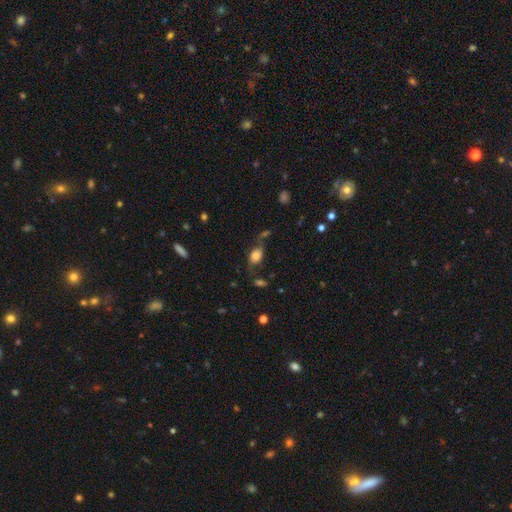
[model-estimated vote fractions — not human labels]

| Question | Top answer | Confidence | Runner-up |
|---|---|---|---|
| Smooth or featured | smooth | 76% | featured or disk (13%) |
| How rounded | in between | 78% | round (19%) |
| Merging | none | 54% | minor disturbance (24%) |